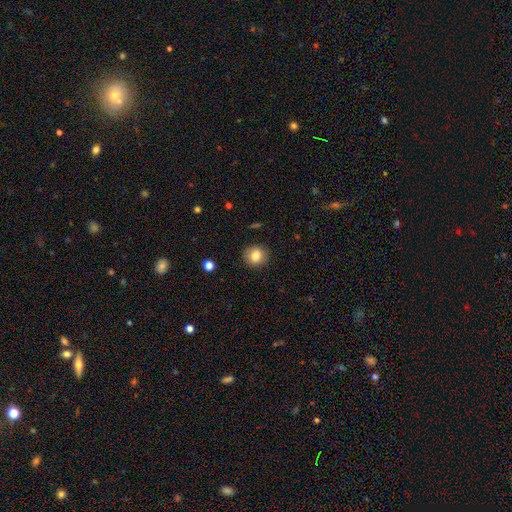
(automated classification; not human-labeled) A smooth galaxy with no disk features (82%) that is round (86%). Merging: none (89%).